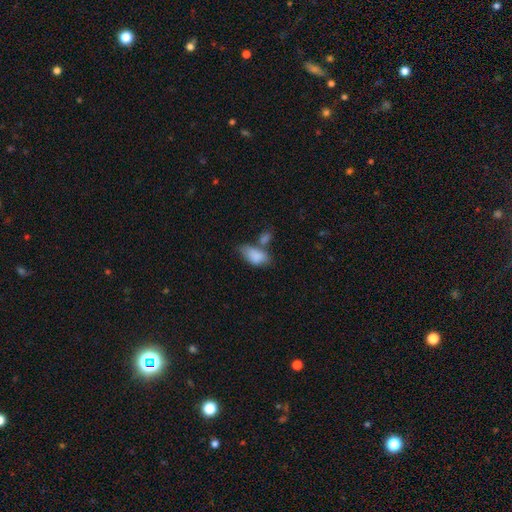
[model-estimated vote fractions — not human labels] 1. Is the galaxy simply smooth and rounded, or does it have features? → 82% smooth, 11% featured or disk, 7% star or artifact.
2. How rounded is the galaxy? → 91% in between, 5% round, 4% cigar-shaped.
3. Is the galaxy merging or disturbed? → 35% merger, 33% none, 22% minor disturbance, 11% major disturbance.